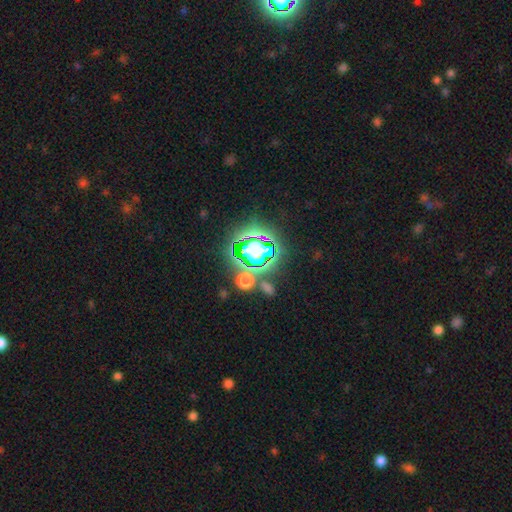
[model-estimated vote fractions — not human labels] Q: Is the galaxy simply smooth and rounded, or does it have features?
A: star or artifact — 65%.